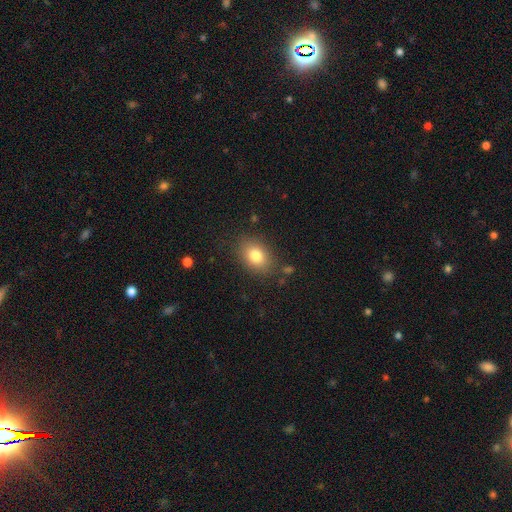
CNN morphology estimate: smooth 81%, star or artifact 10%, featured or disk 10%. Down the decision tree: how rounded — in between (69%); merging — none (81%).